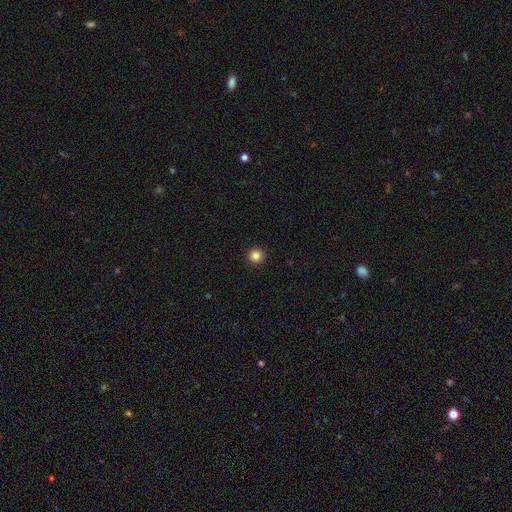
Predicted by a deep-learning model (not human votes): Smooth or featured?
  - smooth: 84% *
  - star or artifact: 12%
  - featured or disk: 4%
How rounded?
  - round: 96% *
  - in between: 3%
  - cigar-shaped: 1%
Merging?
  - none: 94% *
  - minor disturbance: 4%
  - major disturbance: 1%
  - merger: 1%